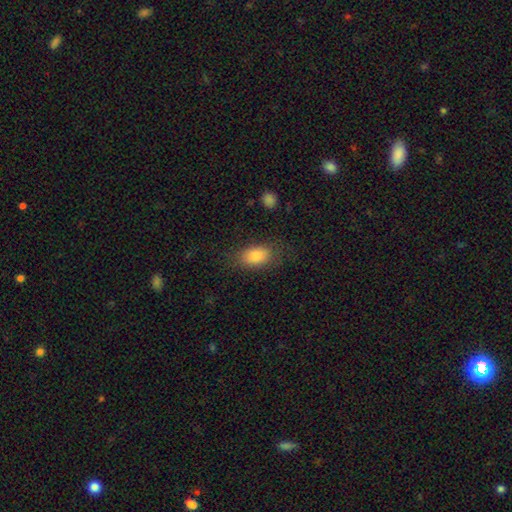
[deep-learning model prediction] Morphology: type=smooth (86%); roundness=in between (89%); merging=none (77%).